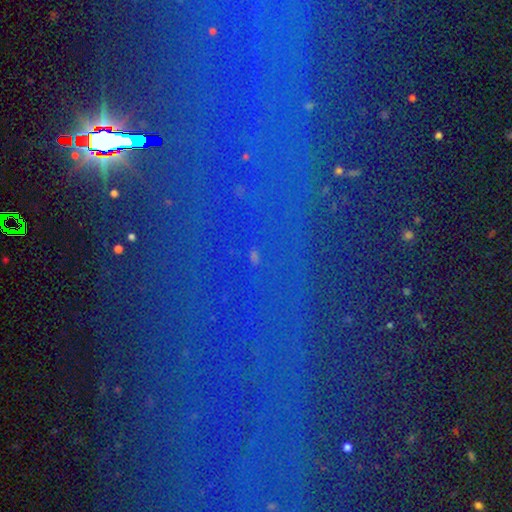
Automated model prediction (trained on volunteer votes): A star or artifact, not a galaxy (85%).

Vote fractions:
- Smooth or featured? star or artifact: 85% / smooth: 8% / featured or disk: 7%